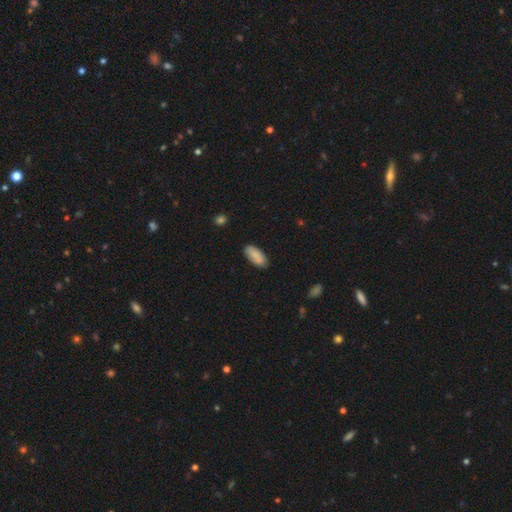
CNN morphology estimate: This is clearly a smooth galaxy (88%). How rounded: clearly in between (84%). Merging: clearly none (84%).